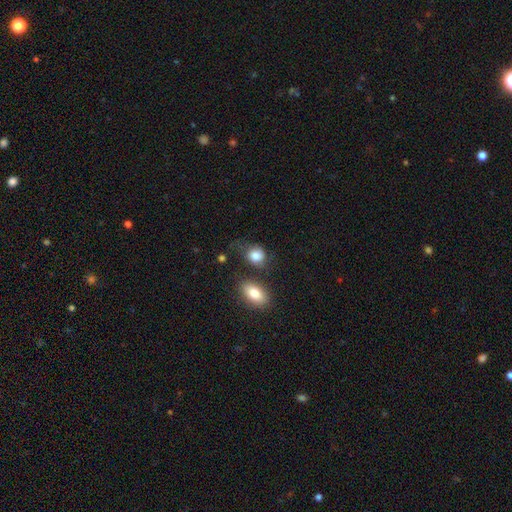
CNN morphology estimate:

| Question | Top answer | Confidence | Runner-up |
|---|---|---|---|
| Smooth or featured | smooth | 83% | featured or disk (9%) |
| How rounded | round | 54% | in between (44%) |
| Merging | none | 50% | minor disturbance (25%) |